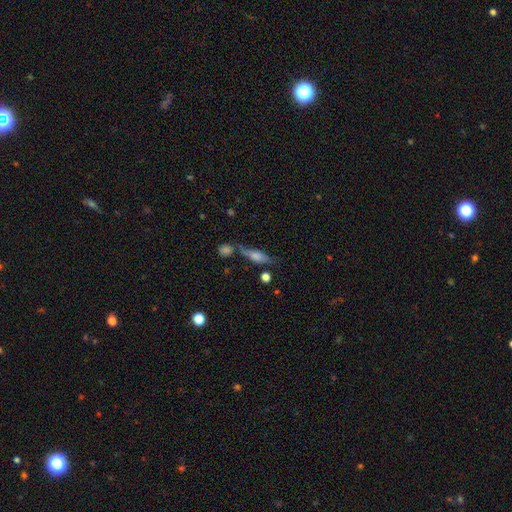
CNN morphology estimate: smooth_or_featured: featured or disk (p=0.48) [alt: smooth p=0.35]
merging: none (p=0.58) [alt: merger p=0.22]